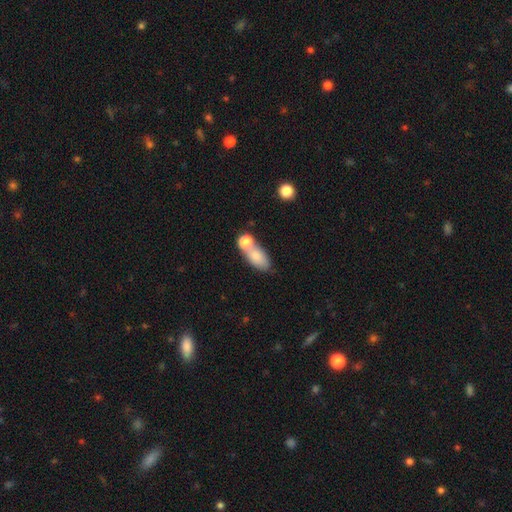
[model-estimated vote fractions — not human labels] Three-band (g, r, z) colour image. It shows a smooth galaxy with no disk features (77%) that is in between round and cigar-shaped (80%). Merging: merger (44%).